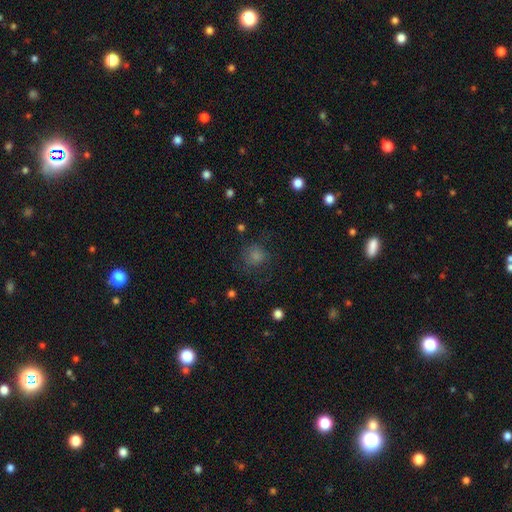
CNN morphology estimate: Smooth or featured? smooth (57%)
How rounded? round (87%)
Merging? none (76%)